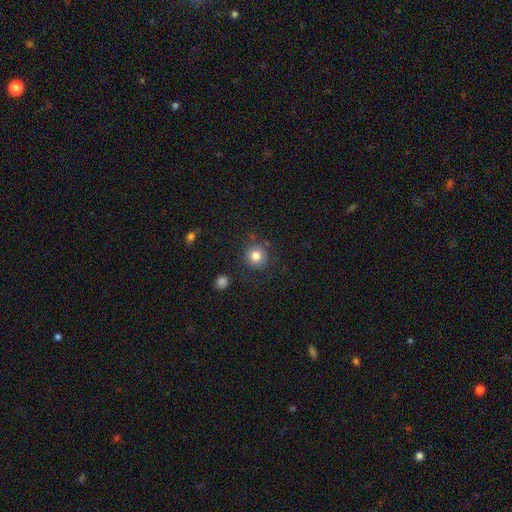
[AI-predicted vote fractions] This is clearly a smooth galaxy (80%). How rounded: clearly round (91%). Merging: clearly none (84%).